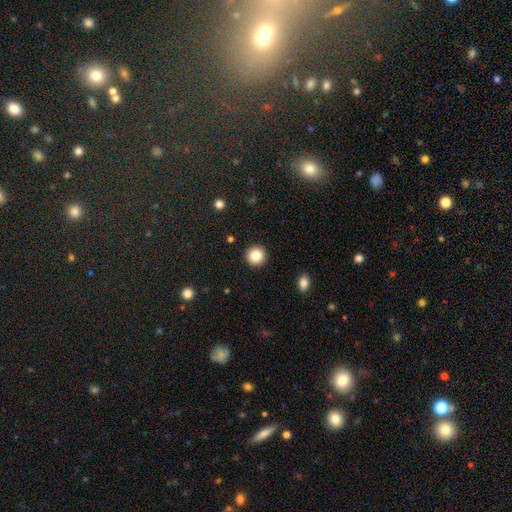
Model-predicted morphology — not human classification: A smooth galaxy with no disk features (85%) that is round (95%). Merging: none (93%).